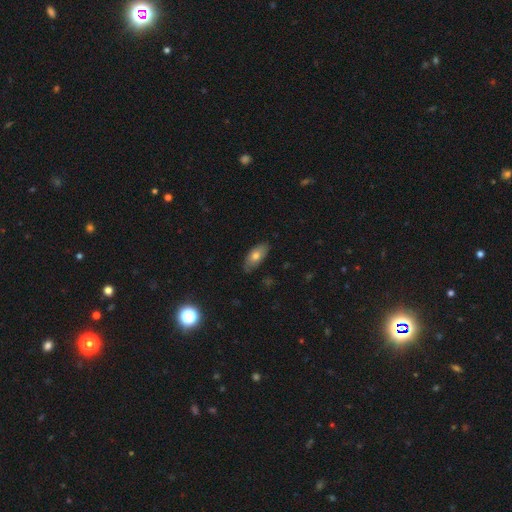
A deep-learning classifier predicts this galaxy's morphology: smooth_or_featured: smooth (p=0.71) [alt: featured or disk p=0.22]
how_rounded: in between (p=0.88) [alt: cigar-shaped p=0.09]
merging: none (p=0.79) [alt: minor disturbance p=0.17]